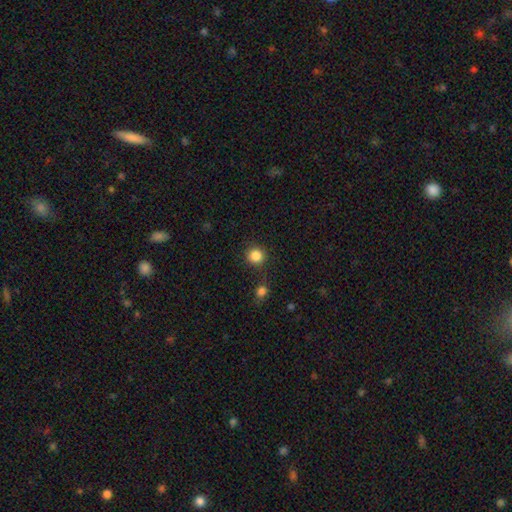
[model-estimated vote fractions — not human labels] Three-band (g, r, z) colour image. It shows a smooth galaxy with no disk features (85%) that is round (93%). Merging: none (86%).